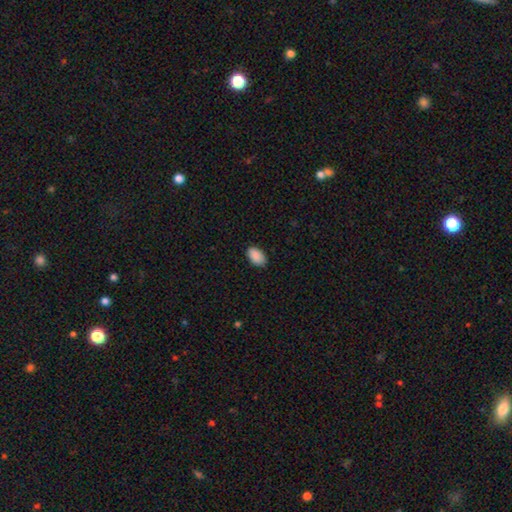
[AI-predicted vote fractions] Q: Smooth or featured?
A: smooth (90%); runner-up: star or artifact (7%)
Q: How rounded?
A: in between (92%); runner-up: round (7%)
Q: Merging?
A: none (86%); runner-up: minor disturbance (11%)